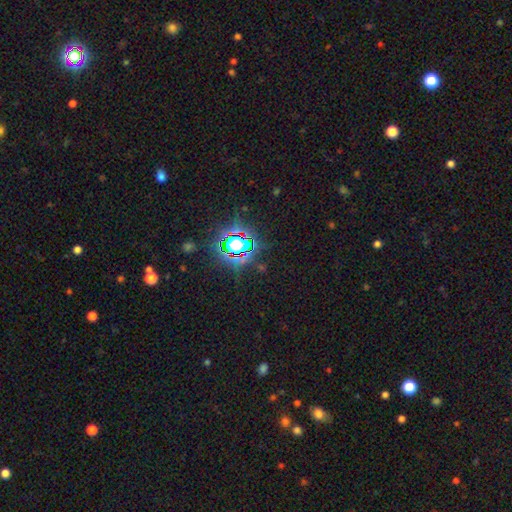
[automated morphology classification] This is clearly a star or artifact rather than a galaxy (83%).